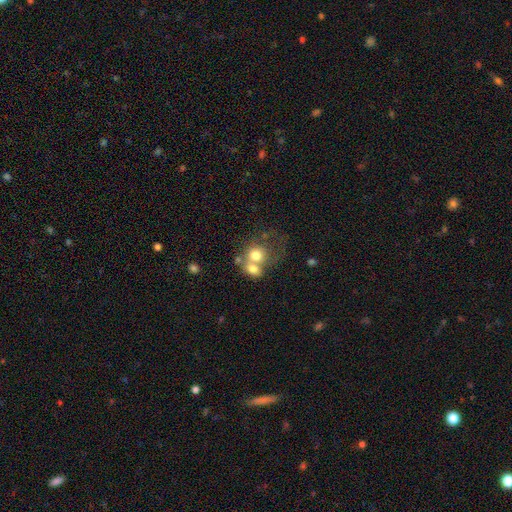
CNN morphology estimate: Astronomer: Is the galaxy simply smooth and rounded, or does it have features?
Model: smooth — 70%.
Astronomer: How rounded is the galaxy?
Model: round — 69%.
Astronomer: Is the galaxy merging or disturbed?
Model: merger — 62%.